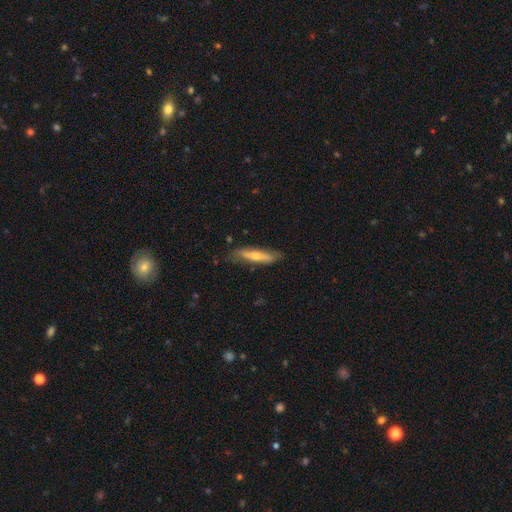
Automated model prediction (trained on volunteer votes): The model was most divided on "smooth or featured": featured or disk: 50%, smooth: 44%, star or artifact: 6%. More confident: merging — none (74%).